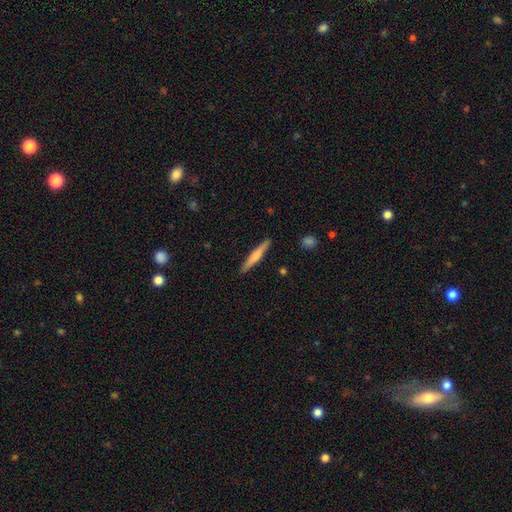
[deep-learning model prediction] Morphology: type=smooth (55%); roundness=cigar-shaped (94%); merging=none (90%).